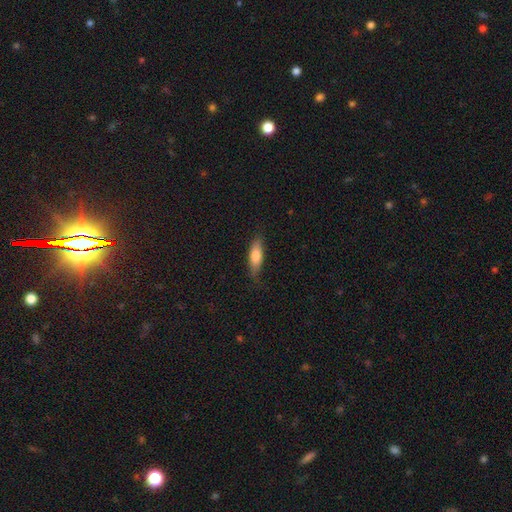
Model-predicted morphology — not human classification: Overall: smooth (77%). How rounded: in between (57%; cigar-shaped 40%). Merging: none (77%).